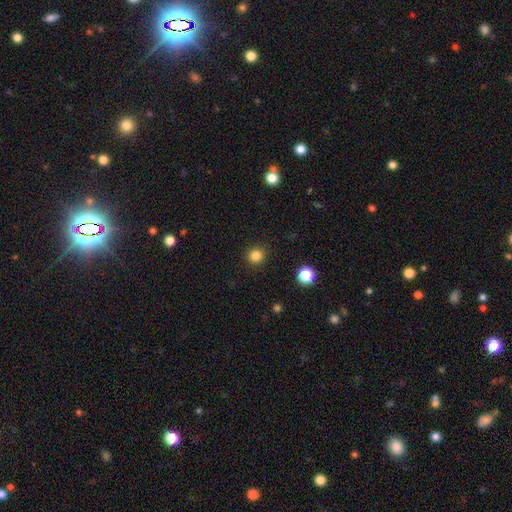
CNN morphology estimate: Smooth or featured: smooth — 83% (star or artifact — 13%)
How rounded: round — 93% (in between — 6%)
Merging: none — 92% (minor disturbance — 5%)